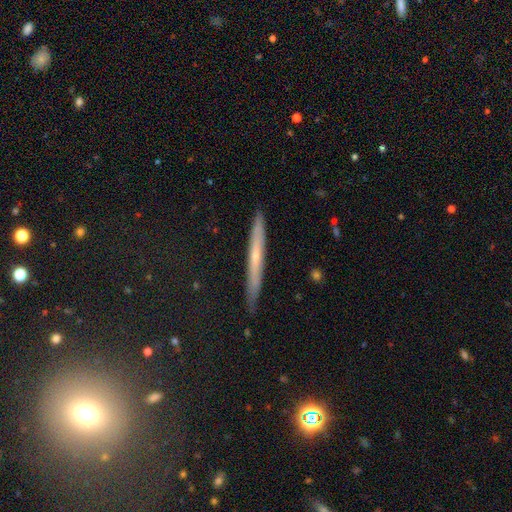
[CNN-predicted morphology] Smooth or featured: featured or disk — 56% (smooth — 35%)
Edge-on disk: yes — 93% (no — 7%)
Edge-on bulge: none — 58% (rounded — 38%)
Merging: none — 87% (minor disturbance — 10%)